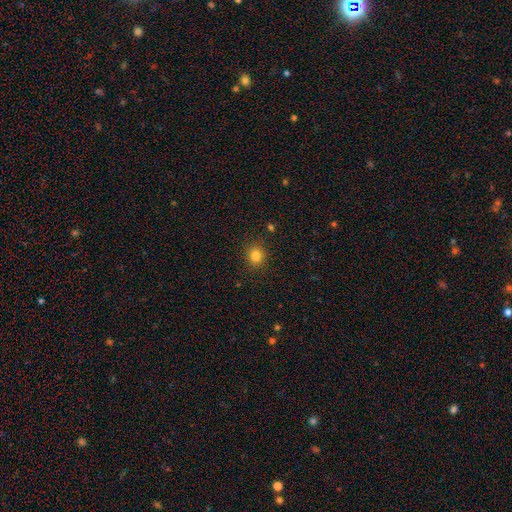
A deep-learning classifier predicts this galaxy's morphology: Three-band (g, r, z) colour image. It shows a smooth galaxy with no disk features (82%) that is round (81%). Merging: none (89%).